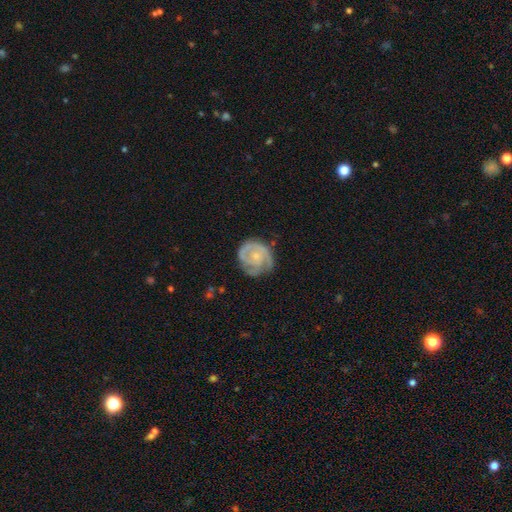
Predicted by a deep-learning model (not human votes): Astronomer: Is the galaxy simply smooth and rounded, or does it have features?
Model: featured or disk — 79%.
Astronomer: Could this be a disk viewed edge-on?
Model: no — 98%.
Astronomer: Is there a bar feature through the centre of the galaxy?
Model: no — 77%.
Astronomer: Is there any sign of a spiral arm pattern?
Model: yes — 92%.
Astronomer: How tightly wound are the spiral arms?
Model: tight — 65%.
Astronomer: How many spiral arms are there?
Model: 2 — 40% (runner-up: 3, 23%).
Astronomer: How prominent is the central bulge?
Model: small — 67%.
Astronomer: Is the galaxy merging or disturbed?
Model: none — 66%.